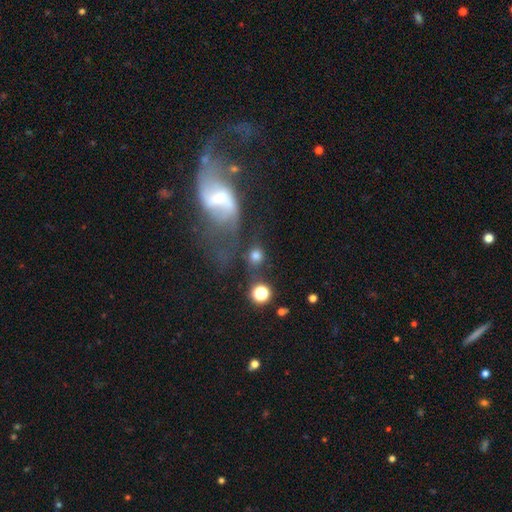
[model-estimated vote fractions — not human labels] Morphology: type=smooth (72%); roundness=round (78%); merging=none (52%).